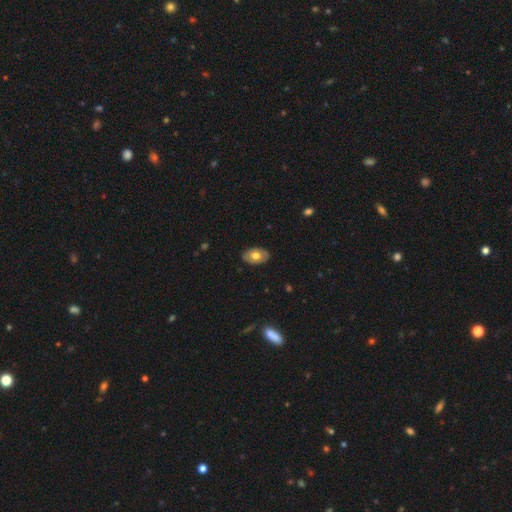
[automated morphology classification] The model was most divided on "smooth or featured": smooth: 65%, featured or disk: 29%, star or artifact: 7%. More confident: how rounded — in between (88%); merging — none (85%).